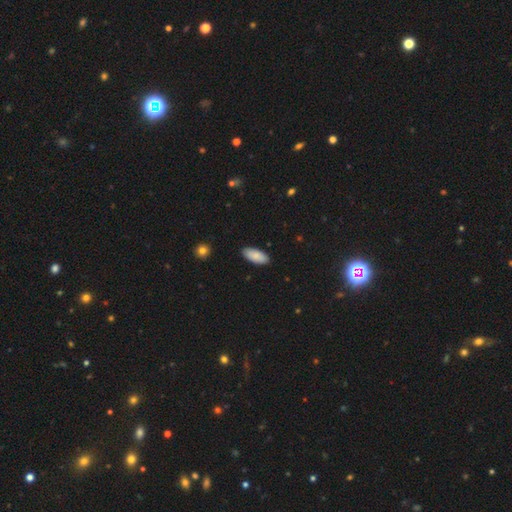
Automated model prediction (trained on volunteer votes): A smooth galaxy with no disk features (86%) that is in between round and cigar-shaped (89%).

Vote fractions:
- Smooth or featured? smooth: 86% / featured or disk: 8% / star or artifact: 6%
- How rounded? in between: 89% / cigar-shaped: 9% / round: 2%
- Merging? none: 88% / minor disturbance: 9% / major disturbance: 2% / merger: 1%